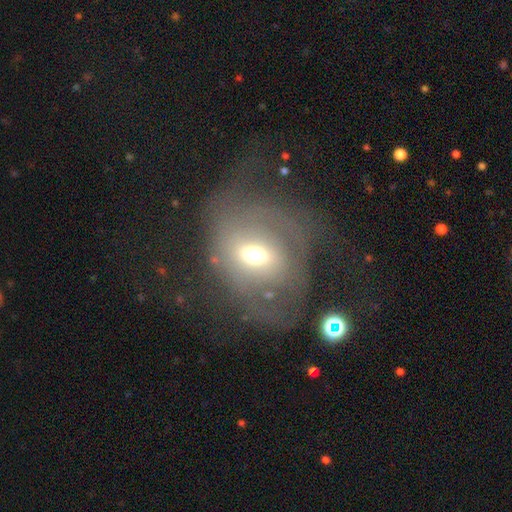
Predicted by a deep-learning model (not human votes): A featured or disk galaxy (52%).

Vote fractions:
- Smooth or featured? featured or disk: 52% / smooth: 36% / star or artifact: 11%
- Edge-on disk? no: 94% / yes: 6%
- Merging? major disturbance: 40% / none: 35% / minor disturbance: 20% / merger: 4%